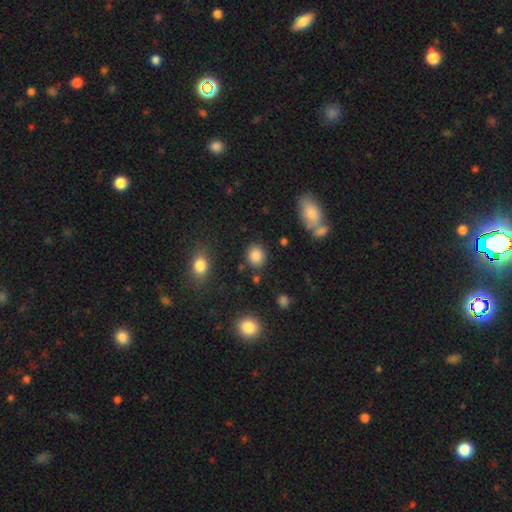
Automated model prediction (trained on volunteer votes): This is clearly a smooth galaxy (85%). How rounded: likely round (71%). Merging: clearly none (85%).